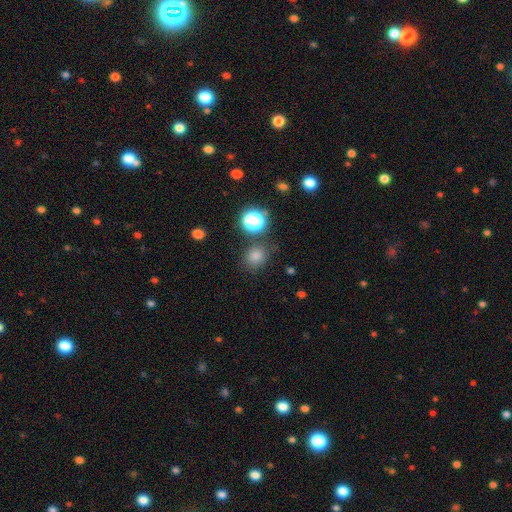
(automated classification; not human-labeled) This appears to be a smooth galaxy with no disk features (72%) that is round (79%). Merging: none (79%).